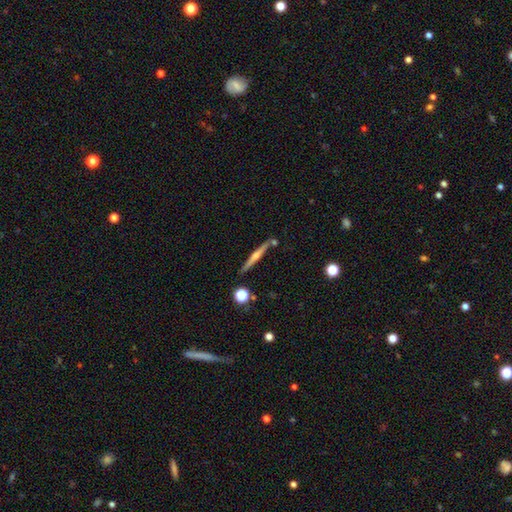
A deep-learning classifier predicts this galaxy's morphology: type=featured or disk (73%); edge-on=yes (98%); edge-on bulge=rounded (87%); merging=none (84%).